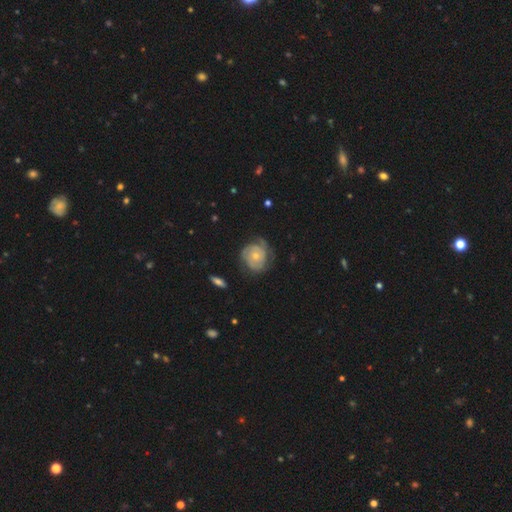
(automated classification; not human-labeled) A featured or disk galaxy (71%) with no bar (82%), 2 (38%) tight (68%) spiral arms (88%) and a small central bulge (56%).

Vote fractions:
- Smooth or featured? featured or disk: 71% / smooth: 23% / star or artifact: 6%
- Edge-on disk? no: 97% / yes: 3%
- Bar? no: 82% / weak: 15% / strong: 3%
- Spiral arms? yes: 88% / no: 12%
- Spiral winding? tight: 68% / medium: 23% / loose: 9%
- Spiral arm count? 2: 38% / can't tell: 32% / 3: 14% / 1: 9% / 4: 4% / more than 4: 3%
- Bulge size? small: 56% / moderate: 40% / large: 2% / none: 2% / dominant: 1%
- Merging? none: 61% / minor disturbance: 24% / major disturbance: 13% / merger: 2%